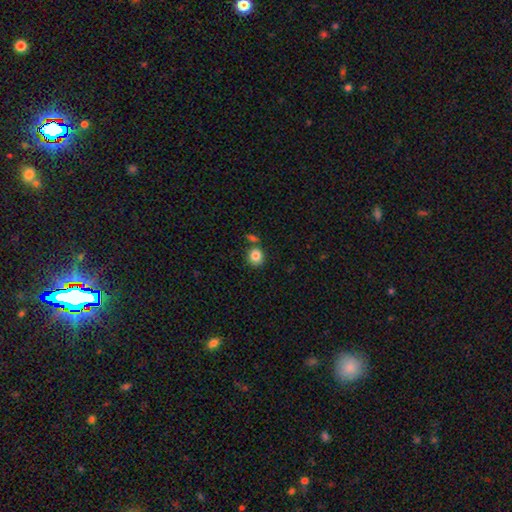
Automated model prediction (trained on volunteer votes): The model was most divided on "merging": none: 74%, merger: 14%, minor disturbance: 10%, major disturbance: 3%. More confident: smooth or featured — smooth (85%); how rounded — round (81%).